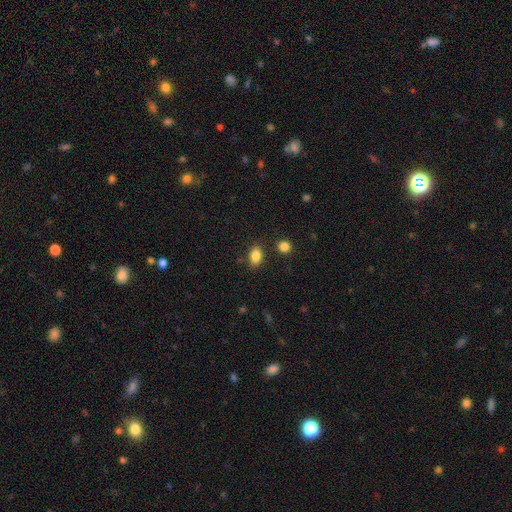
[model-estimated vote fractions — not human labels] Smooth or featured? Predicted: smooth (p=0.86). How rounded? Predicted: in between (p=0.85). Merging? Predicted: none (p=0.83).